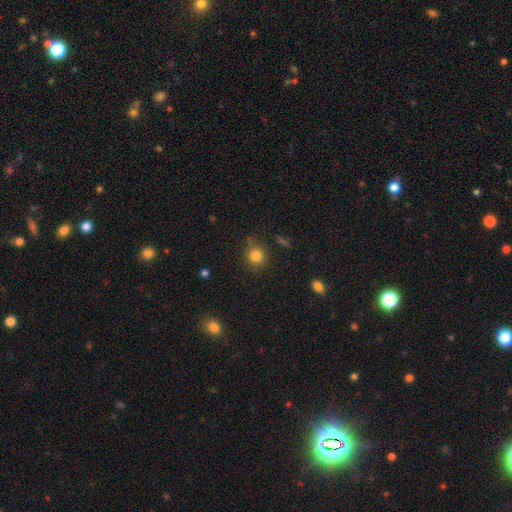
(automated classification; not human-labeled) Q: Smooth or featured?
A: smooth (82%); runner-up: star or artifact (12%)
Q: How rounded?
A: round (88%); runner-up: in between (11%)
Q: Merging?
A: none (82%); runner-up: minor disturbance (12%)